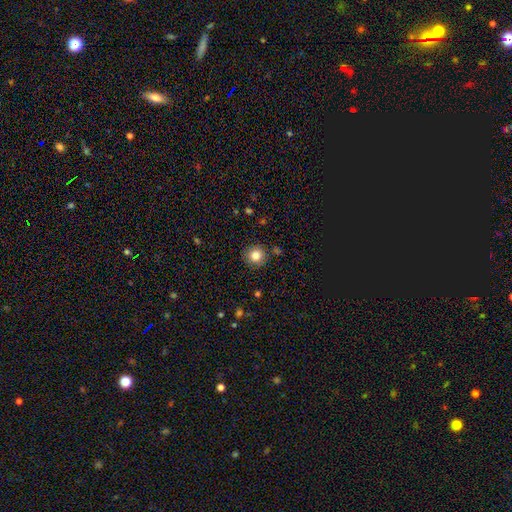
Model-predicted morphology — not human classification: Overall: smooth (82%). How rounded: round (93%). Merging: none (88%).